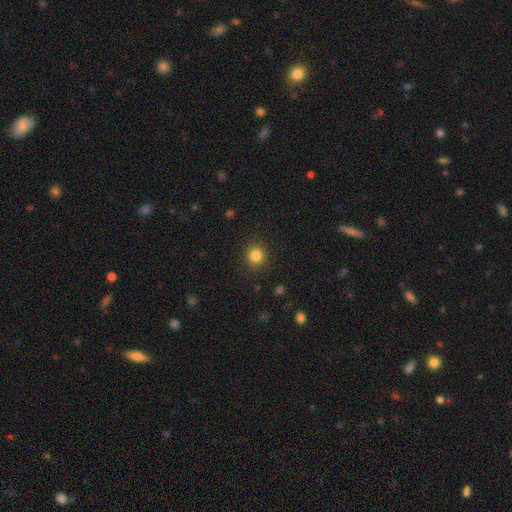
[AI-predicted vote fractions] smooth 84%, star or artifact 12%, featured or disk 5%. Down the decision tree: how rounded — round (92%); merging — none (90%).